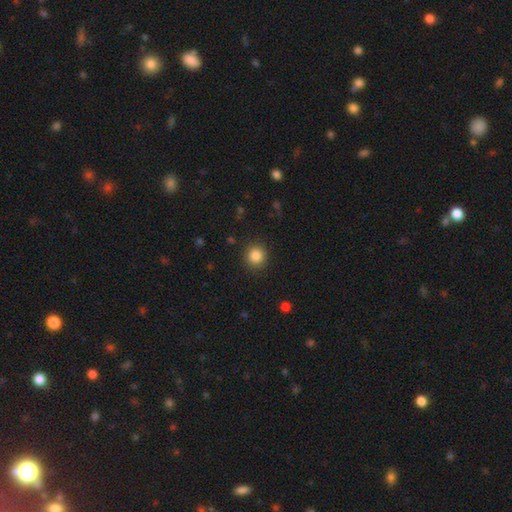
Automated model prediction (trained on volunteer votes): The model was most divided on "smooth or featured": smooth: 85%, star or artifact: 11%, featured or disk: 5%. More confident: how rounded — round (93%); merging — none (90%).